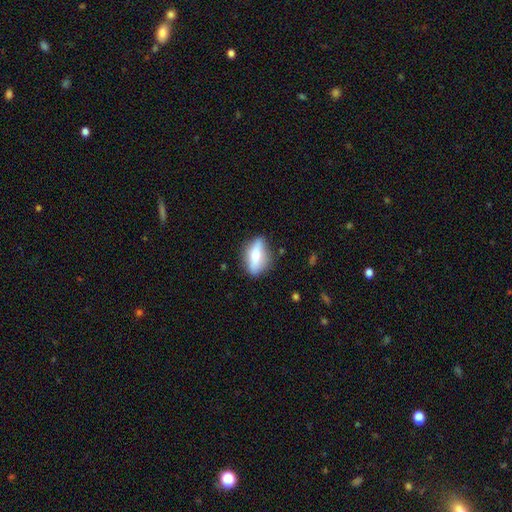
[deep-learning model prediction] This appears to be a smooth galaxy with no disk features (53%) that is in between round and cigar-shaped (65%). Merging: none (79%).